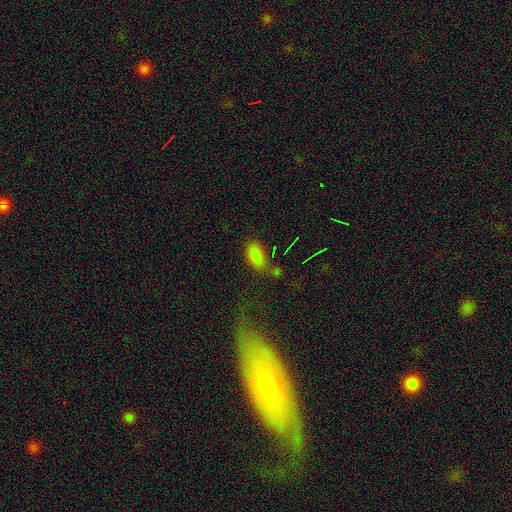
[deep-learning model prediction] This is likely a smooth galaxy (78%). How rounded: clearly in between (91%). Merging: possibly none (54%).